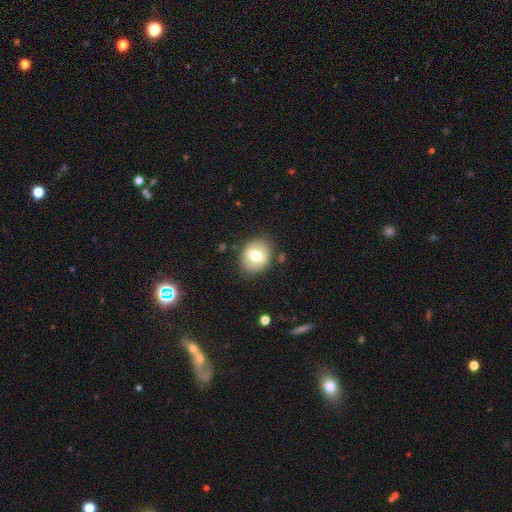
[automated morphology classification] smooth_or_featured: smooth (p=0.64) [alt: featured or disk p=0.28]
how_rounded: round (p=0.60) [alt: in between p=0.39]
merging: none (p=0.82) [alt: minor disturbance p=0.13]